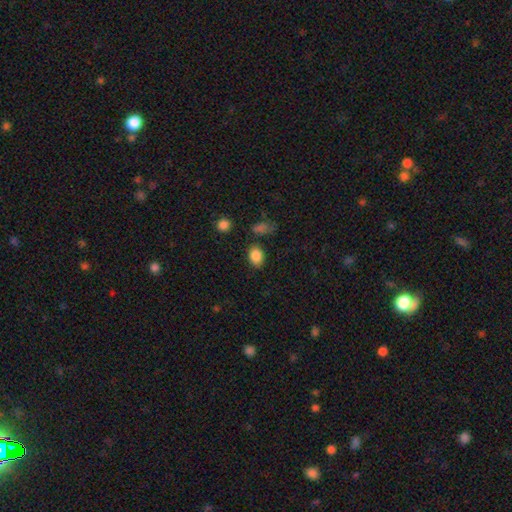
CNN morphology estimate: Smooth or featured? smooth (86%)
How rounded? in between (68%)
Merging? none (78%)